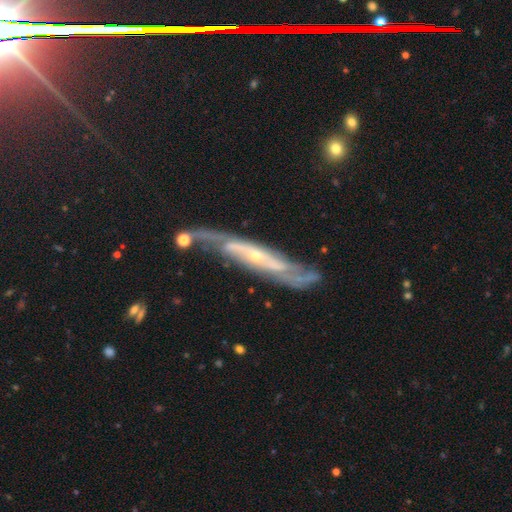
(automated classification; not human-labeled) smooth-or-featured: featured or disk: 86% | smooth: 9% | star or artifact: 5%
  disk-edge-on: no: 67% | yes: 33%
    bar: no: 55% | weak: 28% | strong: 17%
    has-spiral-arms: yes: 92% | no: 8%
      spiral-winding: medium: 40% (tied) | tight: 40% (tied) | loose: 21%
      spiral-arm-count: 2: 50% | can't tell: 31% | 3: 8% | 1: 4% | 4: 4% | more than 4: 3%
    bulge-size: small: 65% | moderate: 32% | large: 2% | none: 1% | dominant: 1%
  merging: none: 56% | minor disturbance: 23% | major disturbance: 14% | merger: 7%